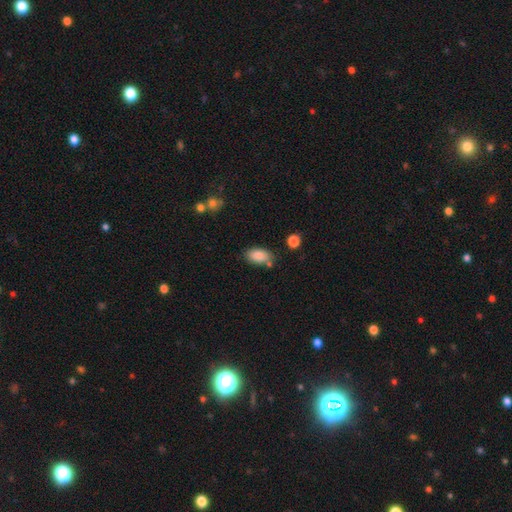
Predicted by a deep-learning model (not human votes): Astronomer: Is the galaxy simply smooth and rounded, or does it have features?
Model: smooth — 87%.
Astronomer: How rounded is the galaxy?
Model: in between — 93%.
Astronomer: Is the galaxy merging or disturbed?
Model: none — 74%.